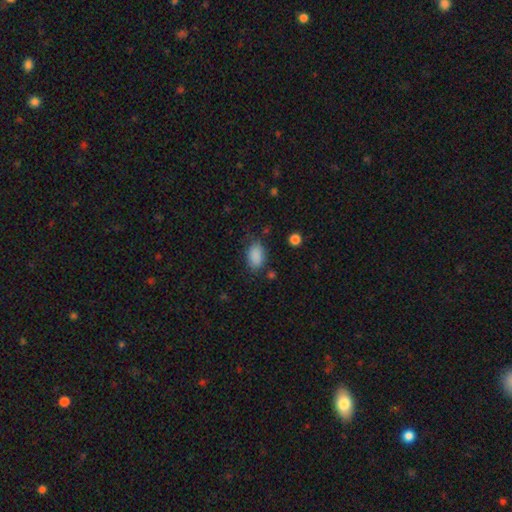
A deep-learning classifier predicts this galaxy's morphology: smooth_or_featured: smooth (p=0.87) [alt: star or artifact p=0.09]
how_rounded: in between (p=0.86) [alt: round p=0.12]
merging: none (p=0.72) [alt: minor disturbance p=0.20]